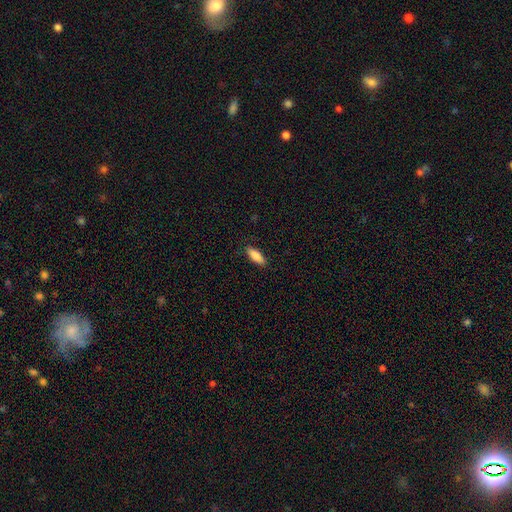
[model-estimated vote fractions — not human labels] This appears to be a smooth galaxy with no disk features (84%) that is in between round and cigar-shaped (67%). Merging: none (88%).